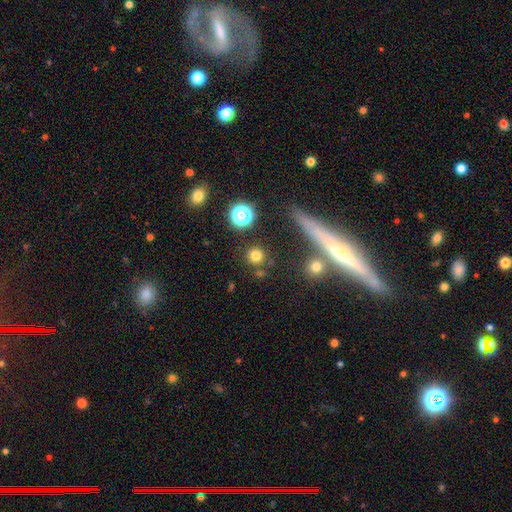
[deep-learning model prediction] Smooth or featured: smooth — 77% (star or artifact — 16%)
How rounded: round — 93% (in between — 6%)
Merging: none — 83% (minor disturbance — 7%)